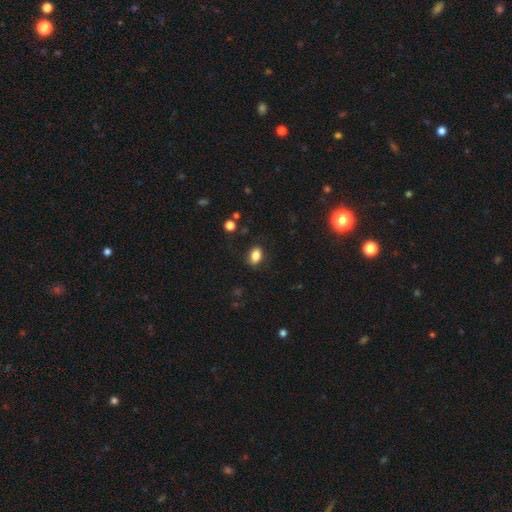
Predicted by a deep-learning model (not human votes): Smooth or featured?
  - smooth: 84% *
  - star or artifact: 9%
  - featured or disk: 7%
How rounded?
  - in between: 83% *
  - round: 15%
  - cigar-shaped: 2%
Merging?
  - none: 85% *
  - minor disturbance: 11%
  - major disturbance: 3%
  - merger: 1%